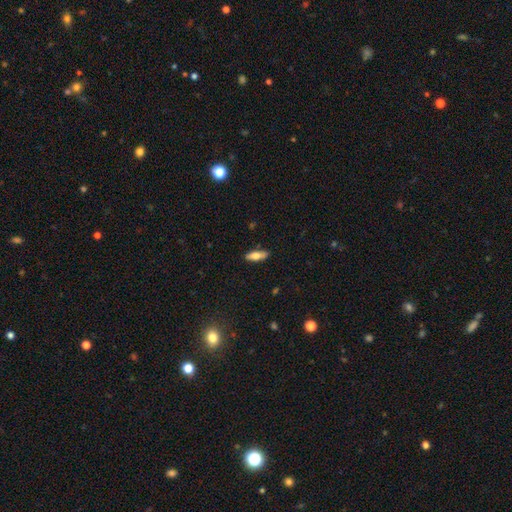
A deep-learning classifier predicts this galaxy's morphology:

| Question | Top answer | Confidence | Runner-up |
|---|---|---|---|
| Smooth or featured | smooth | 70% | featured or disk (24%) |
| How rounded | in between | 61% | cigar-shaped (36%) |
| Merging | none | 84% | minor disturbance (12%) |